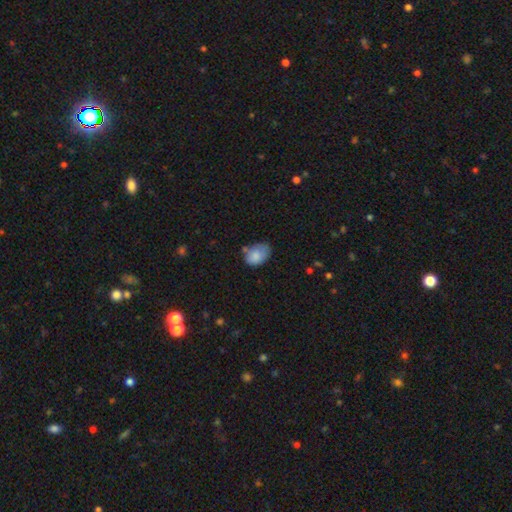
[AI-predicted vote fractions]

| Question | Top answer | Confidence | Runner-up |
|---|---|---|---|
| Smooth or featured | smooth | 82% | featured or disk (10%) |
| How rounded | in between | 79% | round (20%) |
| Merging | none | 51% | minor disturbance (34%) |